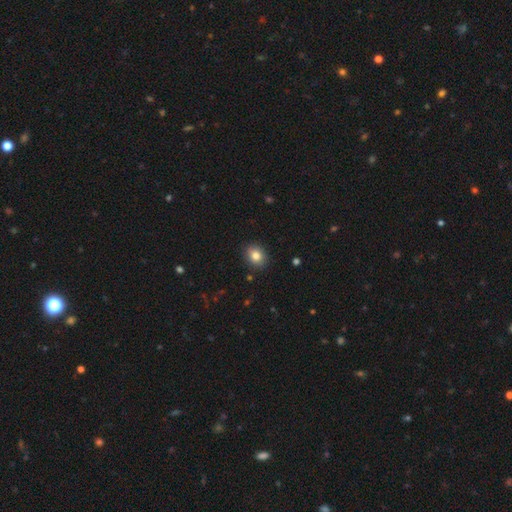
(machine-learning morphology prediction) Smooth or featured?
  - smooth: 82% *
  - star or artifact: 10%
  - featured or disk: 8%
How rounded?
  - round: 55% *
  - in between: 44%
  - cigar-shaped: 1%
Merging?
  - none: 88% *
  - minor disturbance: 9%
  - major disturbance: 2%
  - merger: 1%